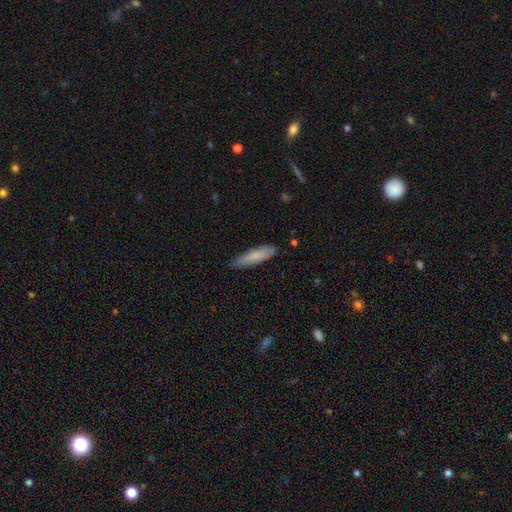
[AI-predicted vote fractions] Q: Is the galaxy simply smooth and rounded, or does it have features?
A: smooth — 76%.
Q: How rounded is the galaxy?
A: cigar-shaped — 76%.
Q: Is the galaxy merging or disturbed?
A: none — 79%.